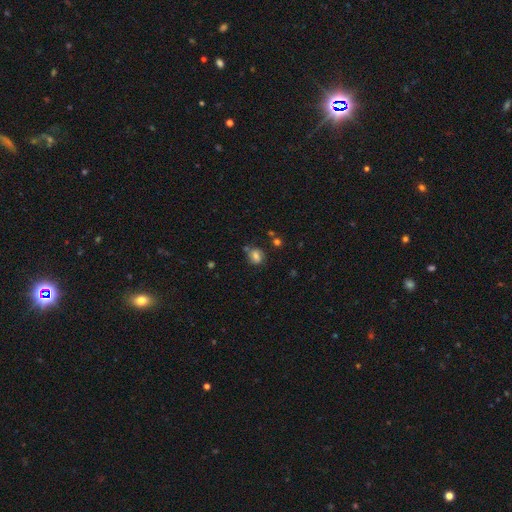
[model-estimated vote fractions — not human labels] This appears to be a smooth galaxy with no disk features (67%) that is round (64%). Merging: none (66%).